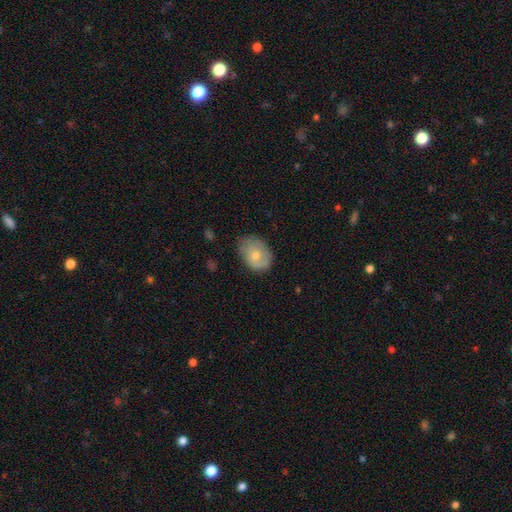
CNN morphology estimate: Smooth or featured: smooth — 66% (featured or disk — 27%)
How rounded: in between — 73% (round — 26%)
Merging: none — 65% (minor disturbance — 27%)